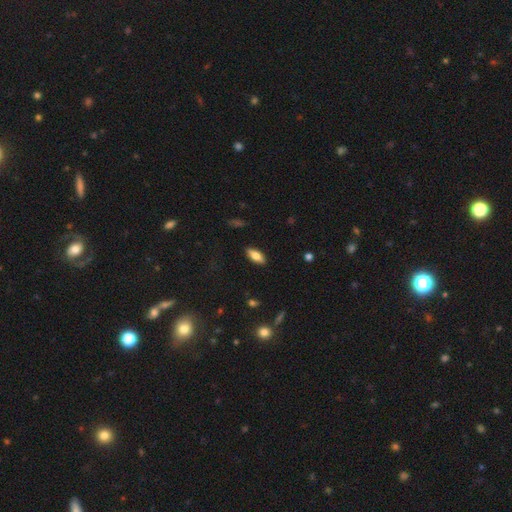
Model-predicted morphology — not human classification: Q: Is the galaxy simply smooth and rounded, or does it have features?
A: smooth — 74%.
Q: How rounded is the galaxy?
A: in between — 78%.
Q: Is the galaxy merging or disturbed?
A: none — 88%.